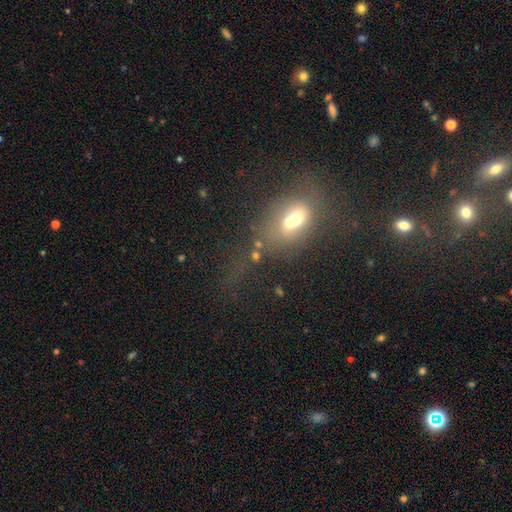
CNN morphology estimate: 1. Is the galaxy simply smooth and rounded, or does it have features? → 53% smooth, 25% featured or disk, 22% star or artifact.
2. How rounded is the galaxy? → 54% in between, 39% round, 7% cigar-shaped.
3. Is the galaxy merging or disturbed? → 58% merger, 22% none, 12% major disturbance, 8% minor disturbance.